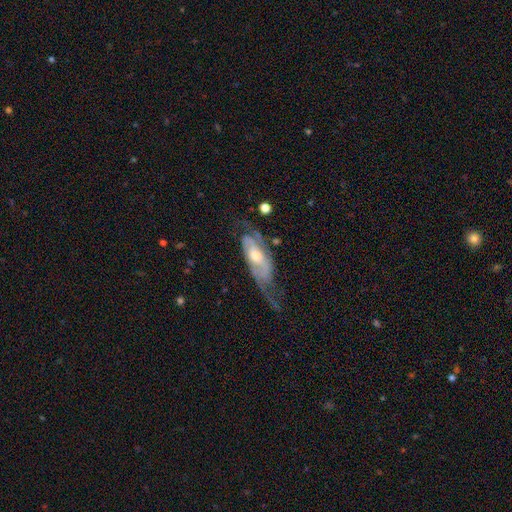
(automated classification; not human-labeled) A featured or disk galaxy (82%) with no bar (52%), 2 (75%) medium (42%) spiral arms (91%) and a moderate central bulge (64%). Merging: none (51%).